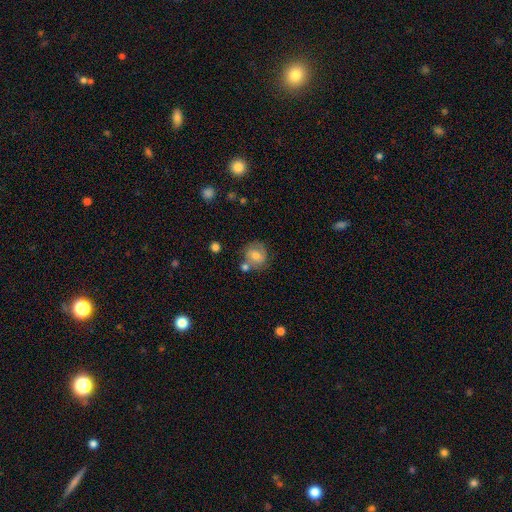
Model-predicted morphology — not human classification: Overall: smooth (62%; featured or disk 29%). How rounded: round (77%). Merging: none (59%).